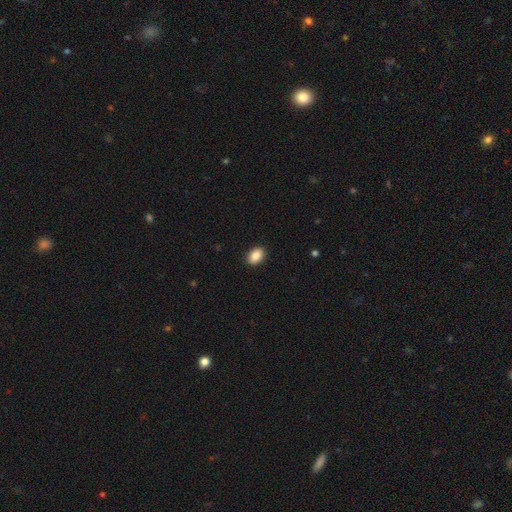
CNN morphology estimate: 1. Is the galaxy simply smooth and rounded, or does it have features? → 89% smooth, 7% star or artifact, 4% featured or disk.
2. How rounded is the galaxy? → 83% in between, 15% round, 1% cigar-shaped.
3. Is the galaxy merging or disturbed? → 91% none, 7% minor disturbance, 2% major disturbance, 1% merger.